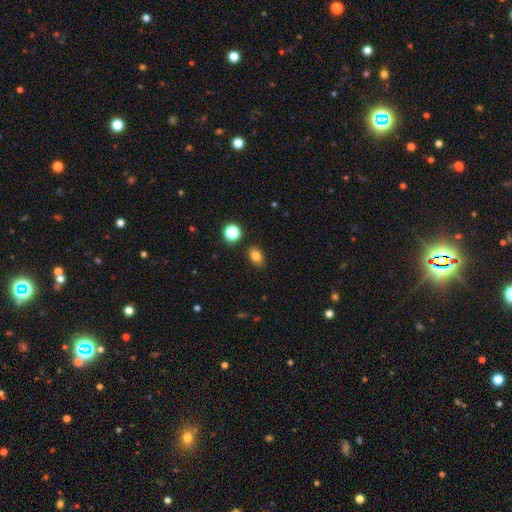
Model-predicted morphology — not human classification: smooth 81%, star or artifact 13%, featured or disk 6%. Down the decision tree: how rounded — in between (75%); merging — none (84%).